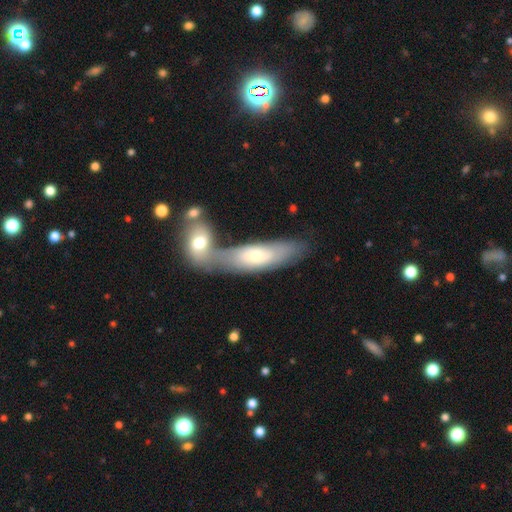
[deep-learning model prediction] smooth_or_featured: smooth (p=0.60) [alt: featured or disk p=0.34]
how_rounded: in between (p=0.61) [alt: cigar-shaped p=0.37]
merging: merger (p=0.52) [alt: none p=0.33]